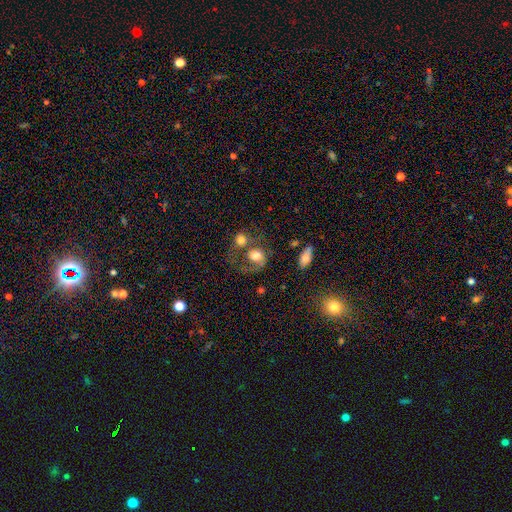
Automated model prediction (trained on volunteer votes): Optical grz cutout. It shows a smooth galaxy with no disk features (56%) that is round (56%). Merging: merger (44%).